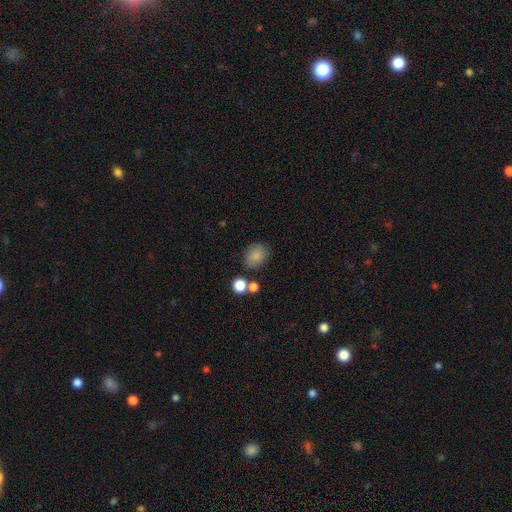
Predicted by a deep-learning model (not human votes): Overall: smooth (81%). How rounded: round (52%; in between 47%). Merging: none (70%).